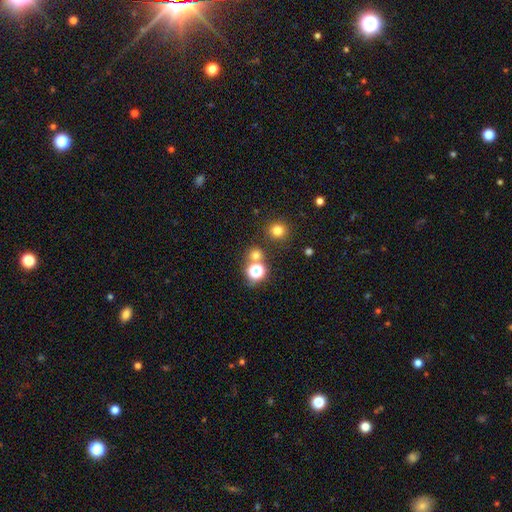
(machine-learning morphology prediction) Smooth or featured: smooth — 65% (star or artifact — 29%)
How rounded: round — 86% (in between — 13%)
Merging: none — 71% (merger — 19%)